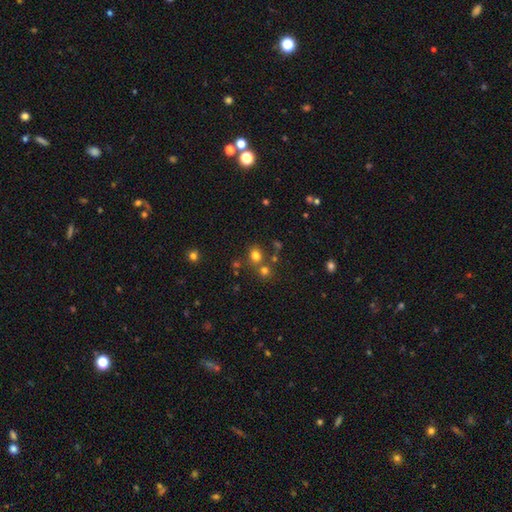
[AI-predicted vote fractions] The model was most divided on "merging": none: 67%, merger: 21%, minor disturbance: 9%, major disturbance: 3%. More confident: smooth or featured — smooth (74%); how rounded — round (73%).